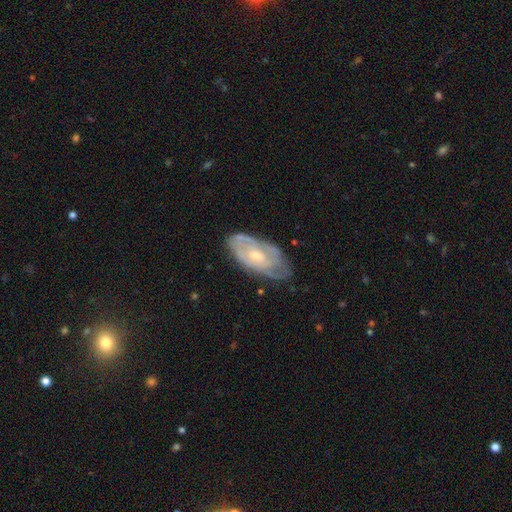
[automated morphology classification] This is likely a featured or disk galaxy (70%). It is clearly not viewed edge-on (93%). Bar: likely no (69%). Spiral arm pattern: likely yes (74%). Central bulge: possibly small (49%). Merging: likely none (64%).